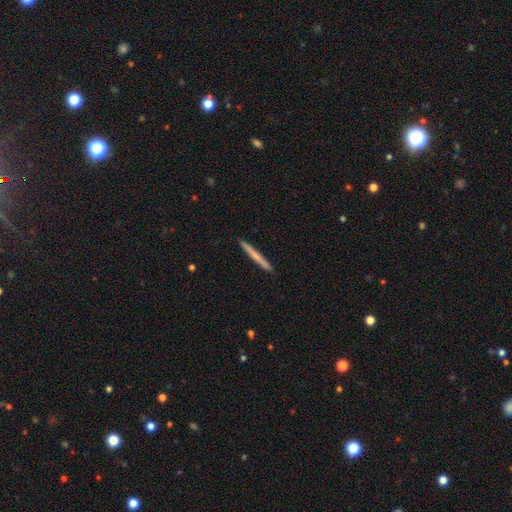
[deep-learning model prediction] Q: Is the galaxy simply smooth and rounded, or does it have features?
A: smooth — 59%.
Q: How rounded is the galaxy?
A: cigar-shaped — 97%.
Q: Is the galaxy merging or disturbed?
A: none — 93%.